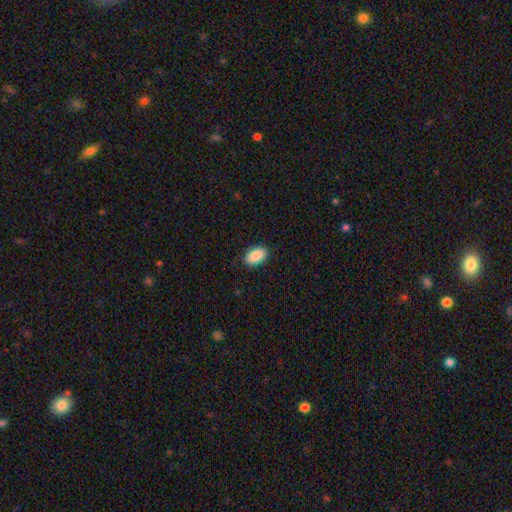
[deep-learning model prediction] smooth 90%, star or artifact 7%, featured or disk 4%. Down the decision tree: how rounded — in between (93%); merging — none (87%).